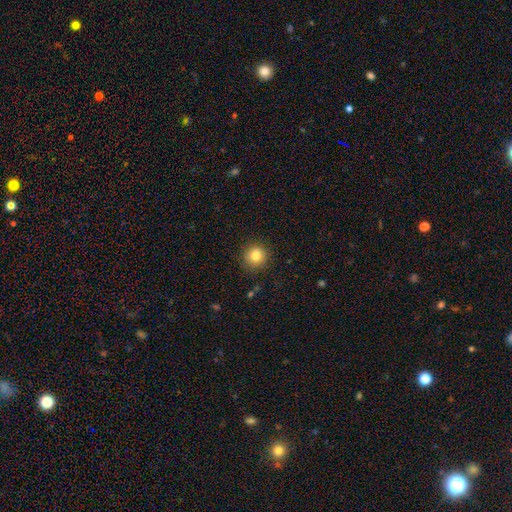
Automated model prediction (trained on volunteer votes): Smooth or featured? Predicted: smooth (p=0.82). How rounded? Predicted: round (p=0.93). Merging? Predicted: none (p=0.88).